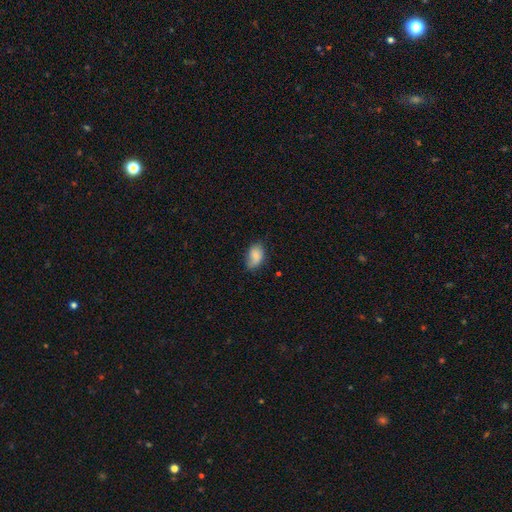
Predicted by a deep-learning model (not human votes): Q: Smooth or featured?
A: smooth (77%); runner-up: featured or disk (15%)
Q: How rounded?
A: in between (87%); runner-up: round (12%)
Q: Merging?
A: none (59%); runner-up: minor disturbance (32%)